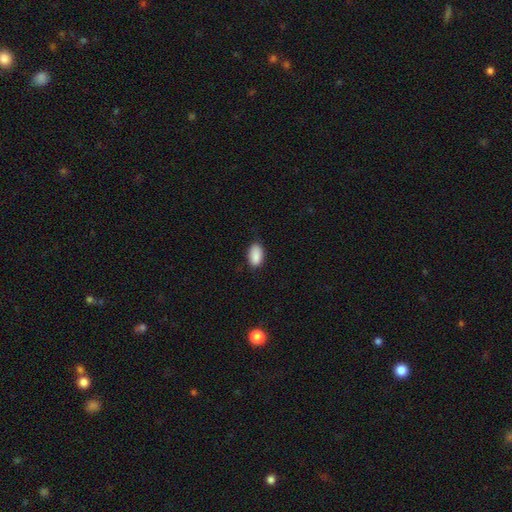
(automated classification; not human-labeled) Q: Smooth or featured?
A: smooth (89%); runner-up: star or artifact (7%)
Q: How rounded?
A: in between (93%); runner-up: round (5%)
Q: Merging?
A: none (80%); runner-up: minor disturbance (16%)